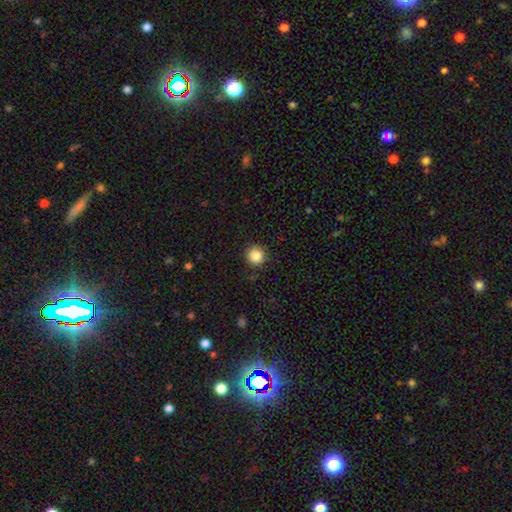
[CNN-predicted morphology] A smooth galaxy with no disk features (87%) that is round (95%).

Vote fractions:
- Smooth or featured? smooth: 87% / star or artifact: 10% / featured or disk: 3%
- How rounded? round: 95% / in between: 4% / cigar-shaped: 1%
- Merging? none: 91% / minor disturbance: 6% / major disturbance: 2% / merger: 1%